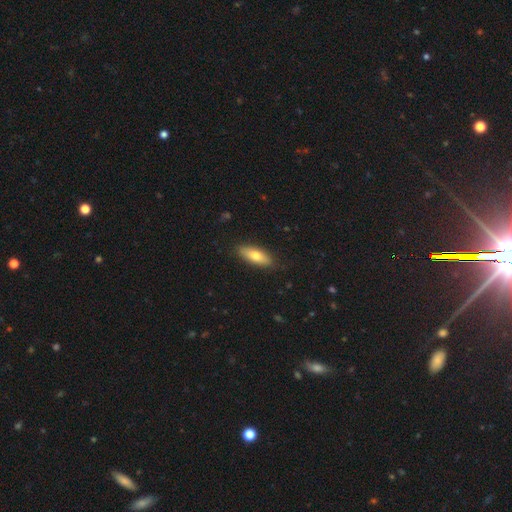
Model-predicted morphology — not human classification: Smooth or featured? smooth (71%)
How rounded? in between (67%)
Merging? none (86%)